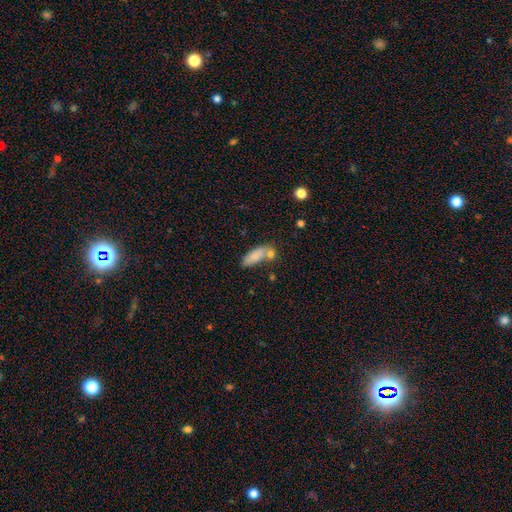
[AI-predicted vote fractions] Smooth or featured: smooth — 82% (featured or disk — 11%)
How rounded: in between — 66% (cigar-shaped — 32%)
Merging: none — 50% (merger — 27%)